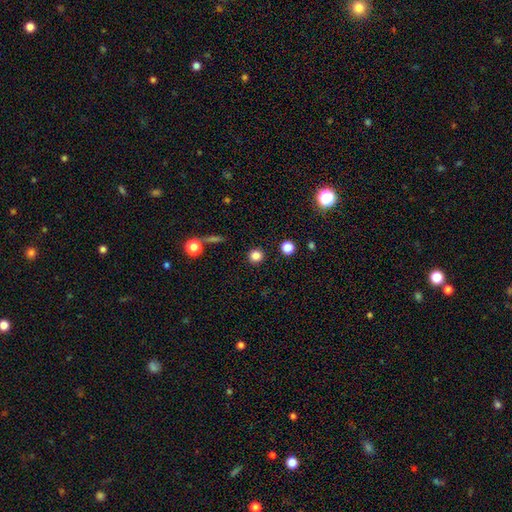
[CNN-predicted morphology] Q: Smooth or featured?
A: smooth (83%); runner-up: star or artifact (12%)
Q: How rounded?
A: round (93%); runner-up: in between (6%)
Q: Merging?
A: none (91%); runner-up: minor disturbance (5%)